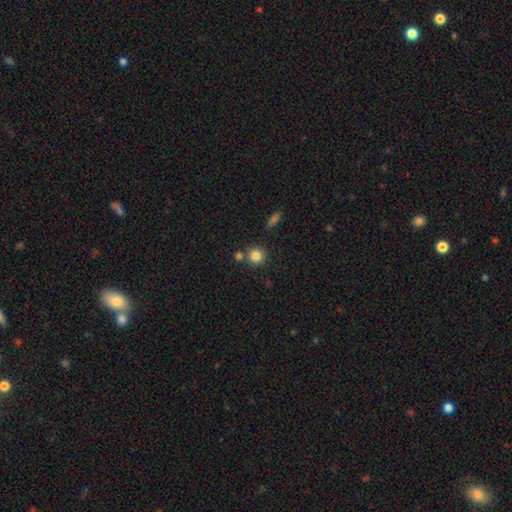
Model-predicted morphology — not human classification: A smooth galaxy with no disk features (83%) that is round (92%).

Vote fractions:
- Smooth or featured? smooth: 83% / star or artifact: 11% / featured or disk: 6%
- How rounded? round: 92% / in between: 7% / cigar-shaped: 1%
- Merging? none: 74% / merger: 15% / minor disturbance: 8% / major disturbance: 3%